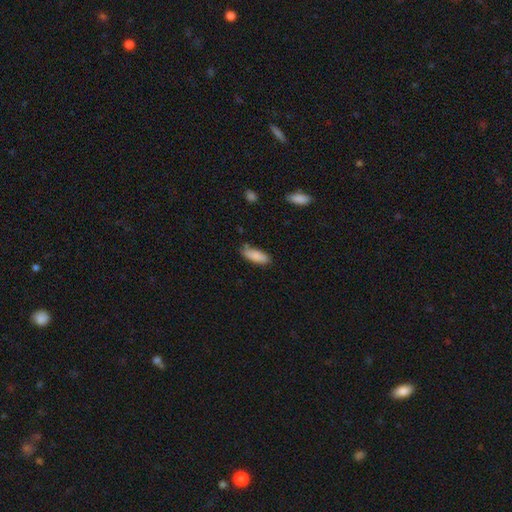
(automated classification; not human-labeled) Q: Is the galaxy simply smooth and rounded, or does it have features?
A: smooth — 87%.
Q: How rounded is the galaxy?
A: in between — 70%.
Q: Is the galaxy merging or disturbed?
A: none — 75%.